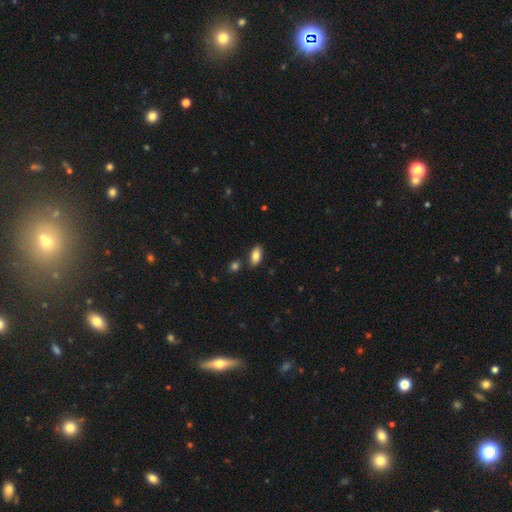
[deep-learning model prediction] This is clearly a smooth galaxy (84%). How rounded: clearly in between (91%). Merging: clearly none (82%).